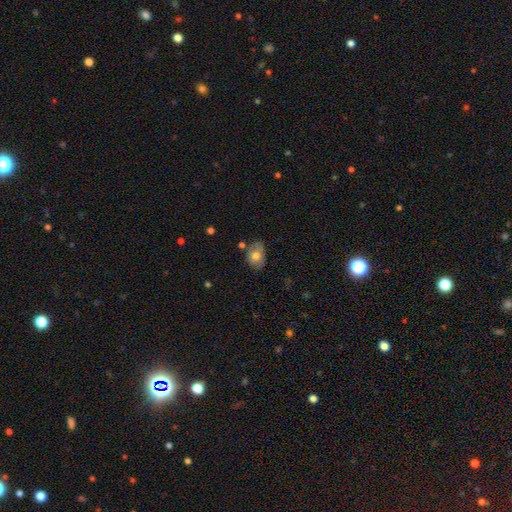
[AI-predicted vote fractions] A smooth galaxy with no disk features (73%) that is in between round and cigar-shaped (74%). Merging: none (60%).